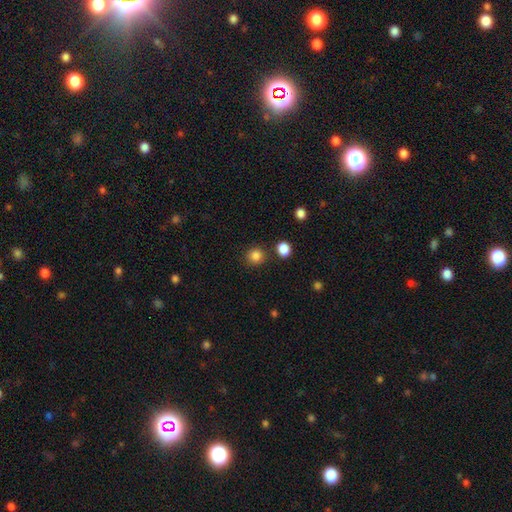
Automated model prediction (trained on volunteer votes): Smooth or featured? smooth (85%)
How rounded? round (92%)
Merging? none (86%)